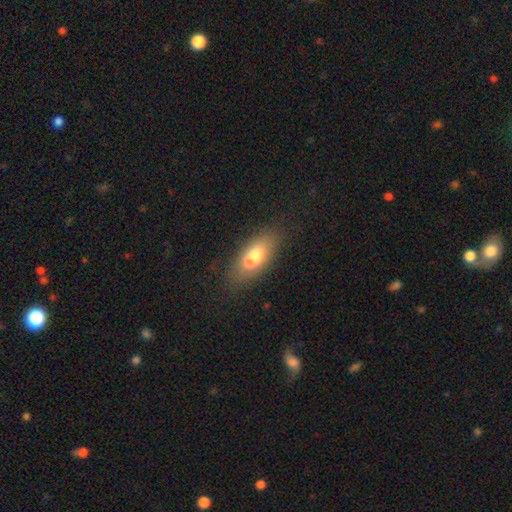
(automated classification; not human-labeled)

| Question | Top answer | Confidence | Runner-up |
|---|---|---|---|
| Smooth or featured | smooth | 62% | featured or disk (29%) |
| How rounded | in between | 80% | cigar-shaped (14%) |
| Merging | none | 45% | merger (38%) |